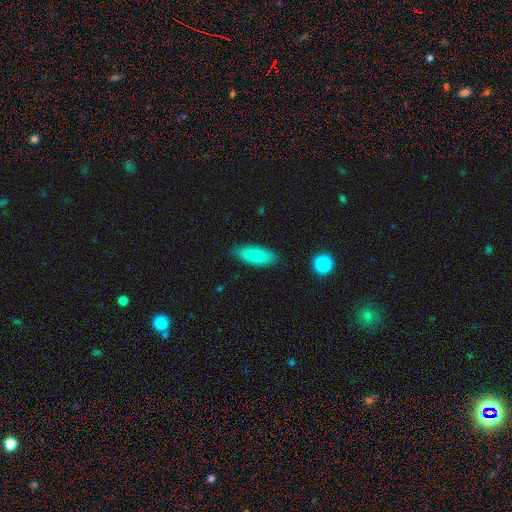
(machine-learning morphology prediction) smooth_or_featured: smooth (p=0.83) [alt: featured or disk p=0.10]
how_rounded: in between (p=0.85) [alt: cigar-shaped p=0.13]
merging: none (p=0.74) [alt: minor disturbance p=0.21]